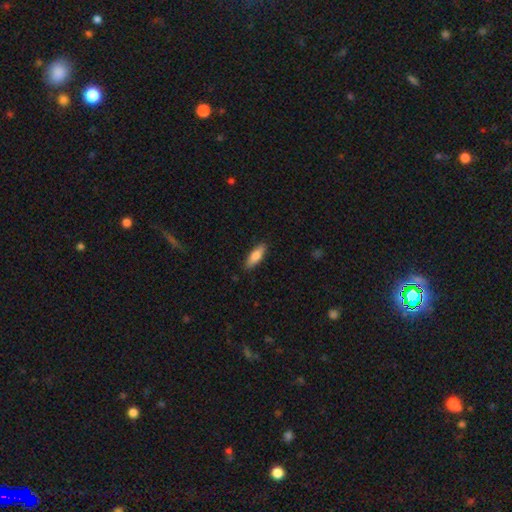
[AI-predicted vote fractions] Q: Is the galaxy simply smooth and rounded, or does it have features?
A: smooth — 77%.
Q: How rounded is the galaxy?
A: in between — 56%.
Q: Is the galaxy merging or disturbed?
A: none — 88%.